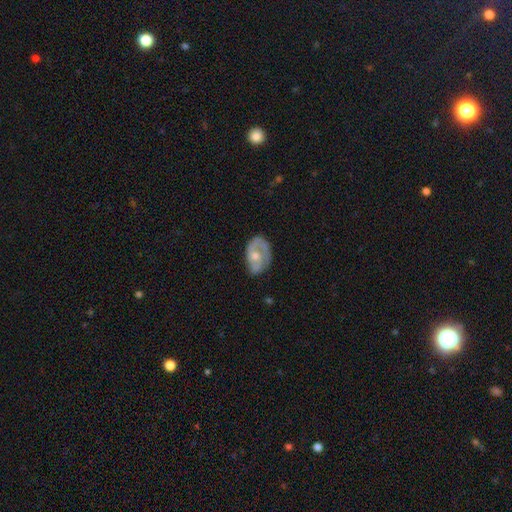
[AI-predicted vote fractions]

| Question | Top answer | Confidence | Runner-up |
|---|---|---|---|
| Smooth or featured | featured or disk | 58% | smooth (36%) |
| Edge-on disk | no | 95% | yes (5%) |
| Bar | no | 73% | weak (22%) |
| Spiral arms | yes | 66% | no (34%) |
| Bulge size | moderate | 56% | small (37%) |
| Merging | none | 52% | minor disturbance (30%) |